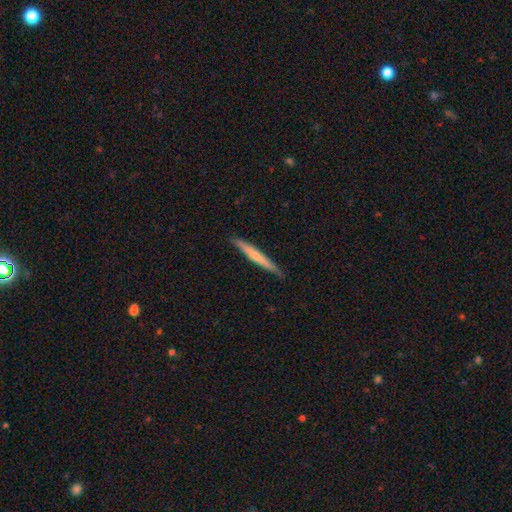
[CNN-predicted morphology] Overall: smooth (54%; featured or disk 41%). How rounded: cigar-shaped (96%). Merging: none (89%).